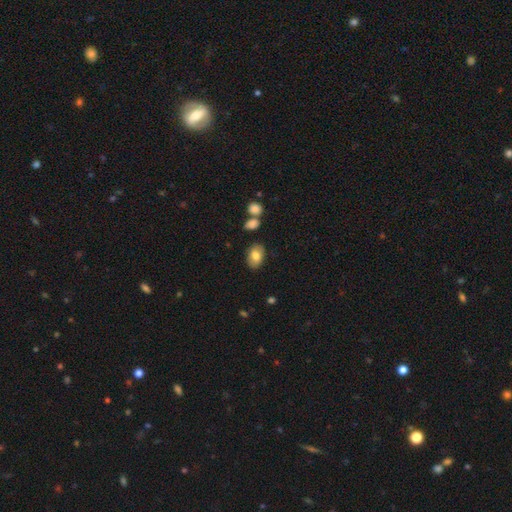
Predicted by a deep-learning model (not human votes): This appears to be a smooth galaxy with no disk features (79%) that is in between round and cigar-shaped (87%). Merging: none (82%).